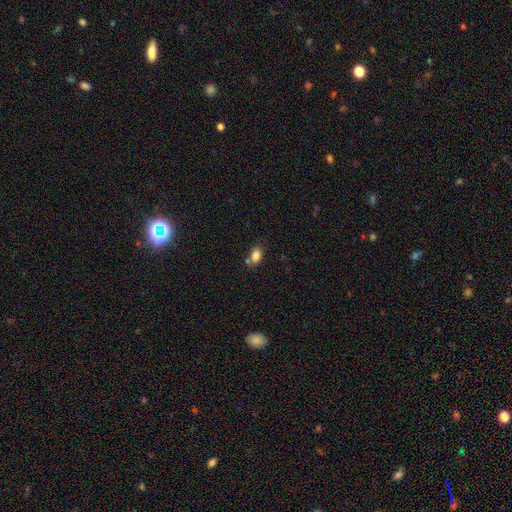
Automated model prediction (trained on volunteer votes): Smooth or featured?
  - smooth: 83% *
  - star or artifact: 10%
  - featured or disk: 7%
How rounded?
  - in between: 86% *
  - round: 12%
  - cigar-shaped: 2%
Merging?
  - none: 62% *
  - merger: 17%
  - minor disturbance: 16%
  - major disturbance: 4%